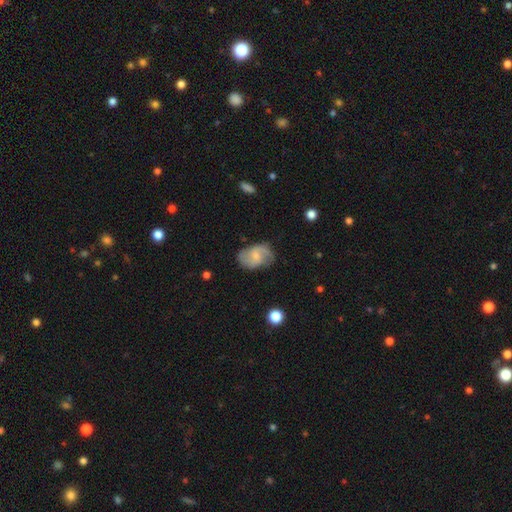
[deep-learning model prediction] Overall: featured or disk (59%; smooth 34%). Edge-on disk: no (97%). Bar: no (51%; weak 42%). Spiral arms: yes (86%). Bulge size: small (62%; moderate 29%). Merging: none (65%).